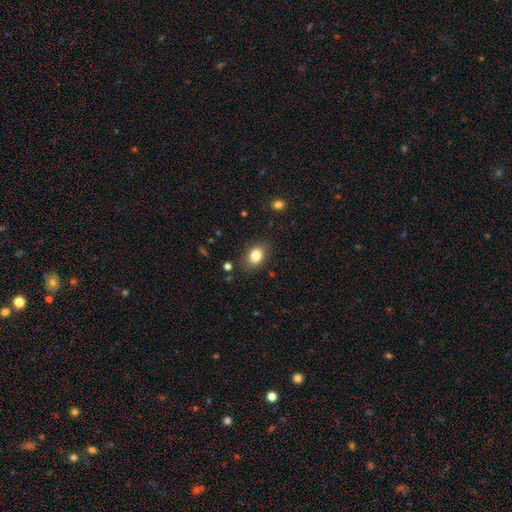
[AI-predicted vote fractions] Smooth or featured?
  - smooth: 83% *
  - star or artifact: 9%
  - featured or disk: 8%
How rounded?
  - in between: 74% *
  - round: 25%
  - cigar-shaped: 1%
Merging?
  - none: 82% *
  - minor disturbance: 13%
  - major disturbance: 4%
  - merger: 2%